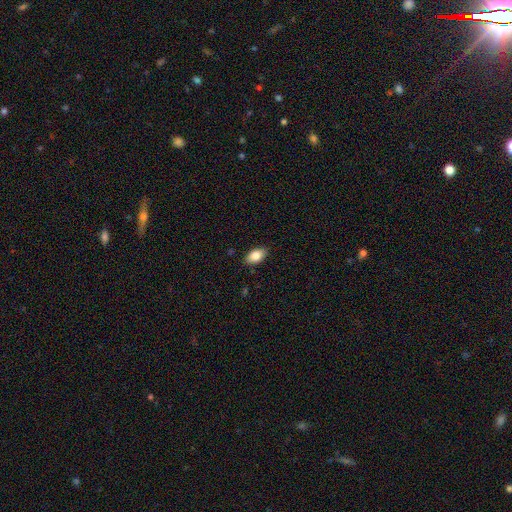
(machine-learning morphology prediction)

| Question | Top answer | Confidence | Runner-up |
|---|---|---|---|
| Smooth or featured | smooth | 85% | featured or disk (8%) |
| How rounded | in between | 93% | round (5%) |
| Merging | none | 87% | minor disturbance (10%) |